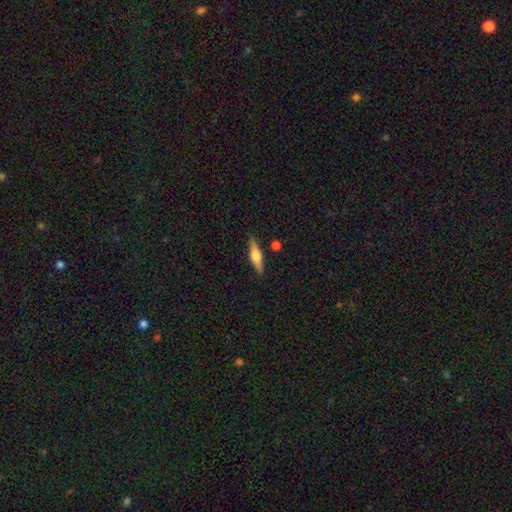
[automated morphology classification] A featured or disk galaxy (47%, tied with smooth).

Vote fractions:
- Smooth or featured? featured or disk: 47% (tied) / smooth: 47% (tied) / star or artifact: 7%
- Merging? none: 85% / minor disturbance: 9% / merger: 3% / major disturbance: 2%